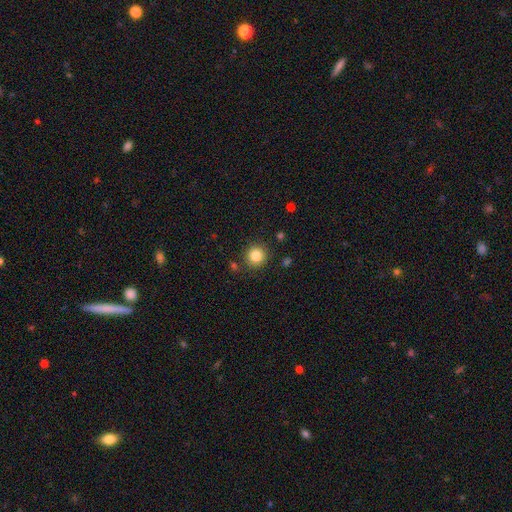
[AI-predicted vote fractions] This is clearly a smooth galaxy (84%). How rounded: clearly round (91%). Merging: clearly none (86%).